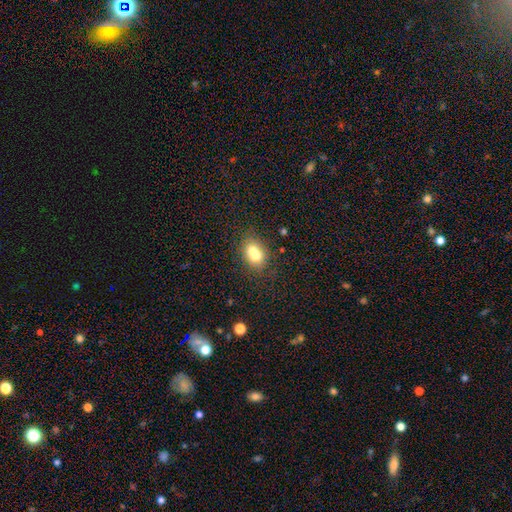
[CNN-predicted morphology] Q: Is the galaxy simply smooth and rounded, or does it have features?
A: smooth — 67%.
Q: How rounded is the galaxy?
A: in between — 56%.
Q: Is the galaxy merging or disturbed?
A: merger — 57%.